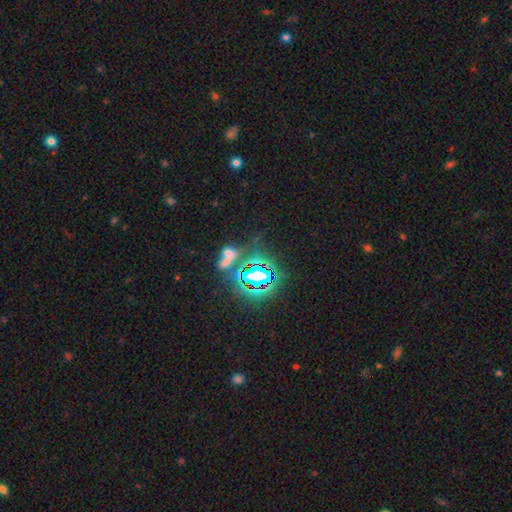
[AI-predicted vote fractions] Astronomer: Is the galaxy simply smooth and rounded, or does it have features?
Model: star or artifact — 79%.